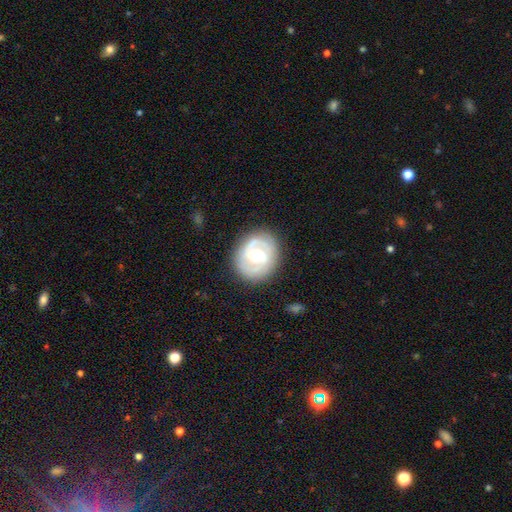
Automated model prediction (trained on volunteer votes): The model was most divided on "bar": weak: 45%, no: 33%, strong: 22%. More confident: edge-on disk — no (97%); merging — none (83%); smooth or featured — featured or disk (73%); spiral arms — yes (68%); bulge size — moderate (62%).